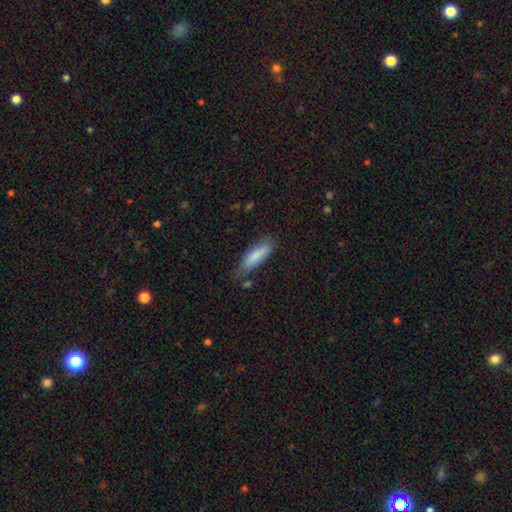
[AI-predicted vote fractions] smooth 83%, featured or disk 10%, star or artifact 6%. Down the decision tree: how rounded — cigar-shaped (56%); merging — none (69%).